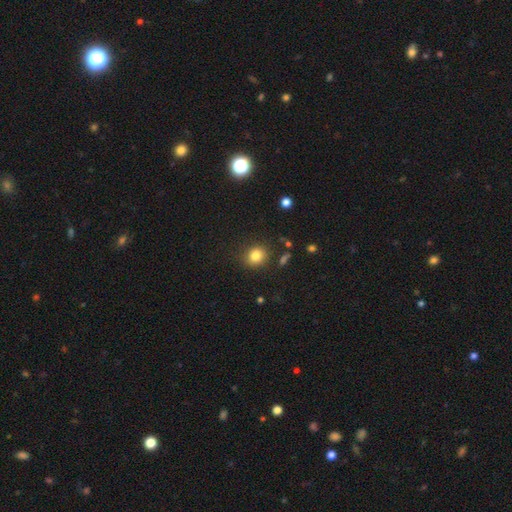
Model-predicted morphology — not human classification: smooth 82%, star or artifact 11%, featured or disk 7%. Down the decision tree: how rounded — round (74%); merging — none (85%).